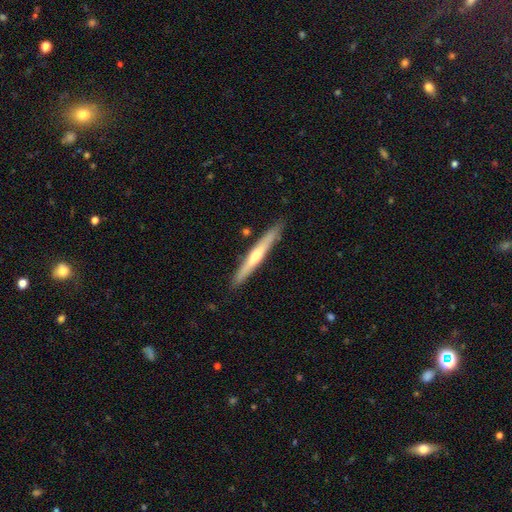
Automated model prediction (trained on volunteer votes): Overall: featured or disk (57%; smooth 38%). Edge-on disk: yes (96%). Edge-on bulge: rounded (69%). Merging: none (89%).